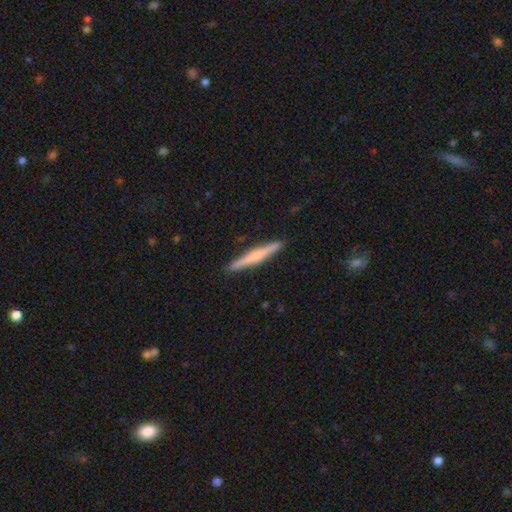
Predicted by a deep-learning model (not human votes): Overall: featured or disk (54%; smooth 41%). Edge-on disk: yes (98%). Edge-on bulge: rounded (67%). Merging: none (92%).